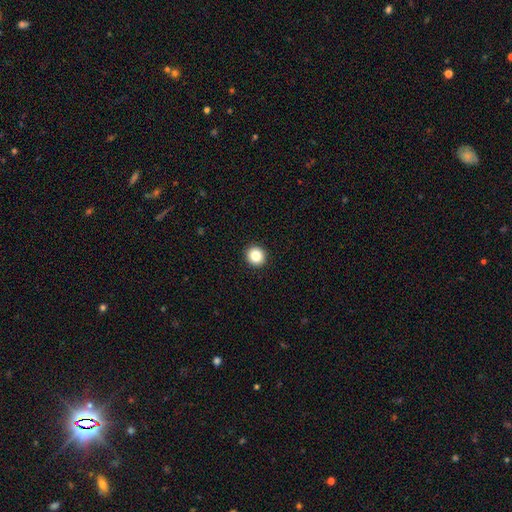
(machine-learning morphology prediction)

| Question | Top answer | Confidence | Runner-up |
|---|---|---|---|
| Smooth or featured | smooth | 85% | star or artifact (10%) |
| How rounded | round | 89% | in between (10%) |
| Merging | none | 93% | minor disturbance (4%) |